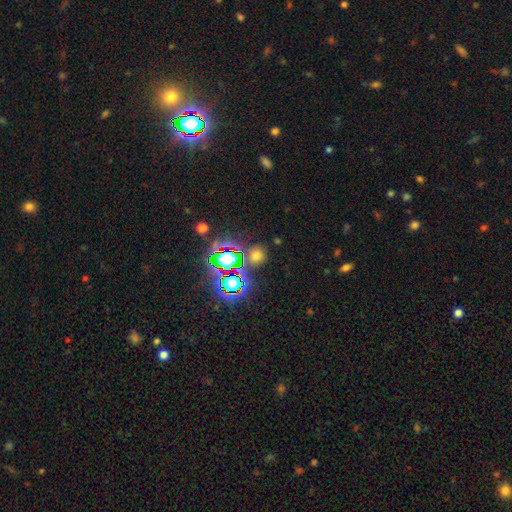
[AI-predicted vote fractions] The model was most divided on "smooth or featured": smooth: 56%, star or artifact: 36%, featured or disk: 8%. More confident: how rounded — round (85%); merging — none (80%).